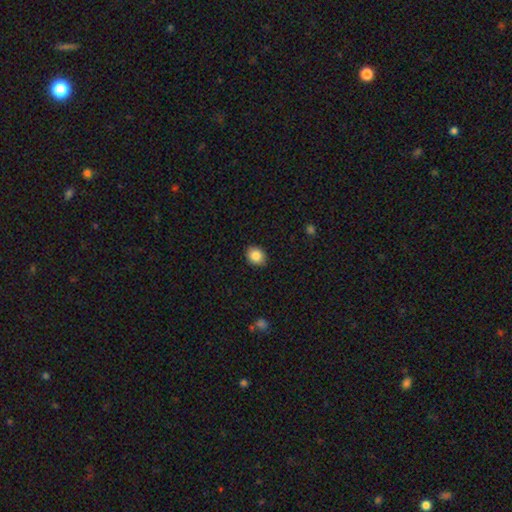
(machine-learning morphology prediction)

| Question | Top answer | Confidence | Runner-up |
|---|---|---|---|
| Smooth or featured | smooth | 86% | star or artifact (9%) |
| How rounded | round | 60% | in between (39%) |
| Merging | none | 90% | minor disturbance (7%) |